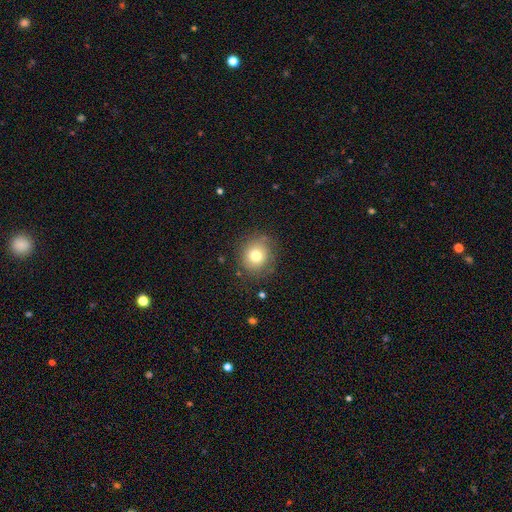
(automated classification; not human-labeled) This is likely a smooth galaxy (76%). How rounded: clearly round (80%). Merging: likely none (78%).